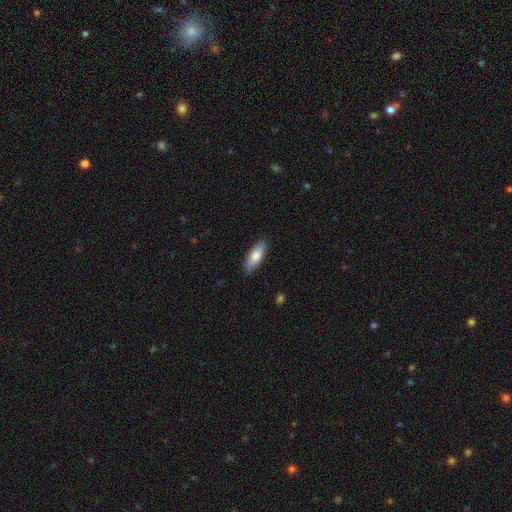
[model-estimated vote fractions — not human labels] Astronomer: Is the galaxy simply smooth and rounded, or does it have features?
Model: smooth — 79%.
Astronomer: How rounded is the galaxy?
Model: in between — 70%.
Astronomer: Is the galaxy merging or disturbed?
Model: none — 88%.